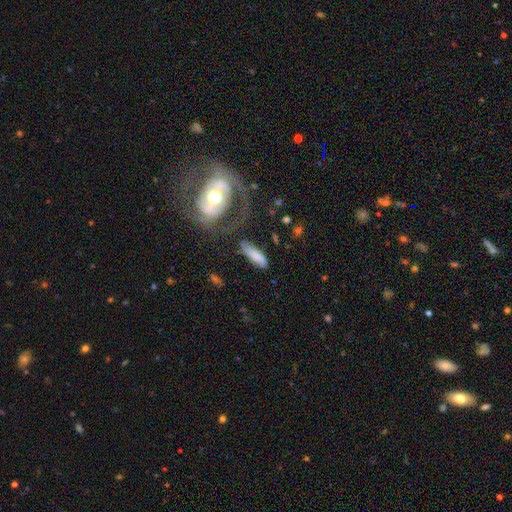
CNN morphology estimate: Q: Smooth or featured?
A: smooth (74%); runner-up: featured or disk (19%)
Q: How rounded?
A: cigar-shaped (50%); runner-up: in between (48%)
Q: Merging?
A: none (62%); runner-up: minor disturbance (20%)